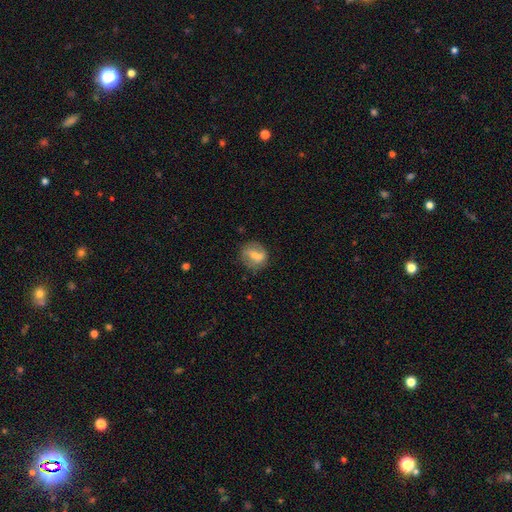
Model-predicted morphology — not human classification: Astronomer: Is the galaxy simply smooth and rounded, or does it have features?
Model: smooth — 54% (runner-up: featured or disk, 38%).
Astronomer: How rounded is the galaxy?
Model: round — 70%.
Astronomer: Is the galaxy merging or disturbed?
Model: none — 65%.